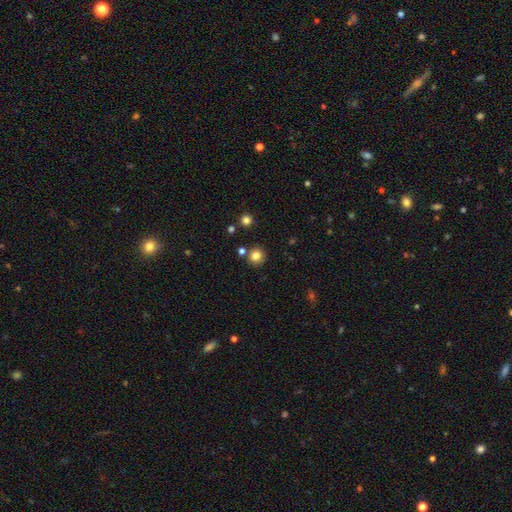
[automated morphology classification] Smooth or featured?
  - smooth: 81% *
  - star or artifact: 12%
  - featured or disk: 6%
How rounded?
  - round: 92% *
  - in between: 7%
  - cigar-shaped: 1%
Merging?
  - none: 84% *
  - minor disturbance: 7%
  - merger: 6%
  - major disturbance: 2%